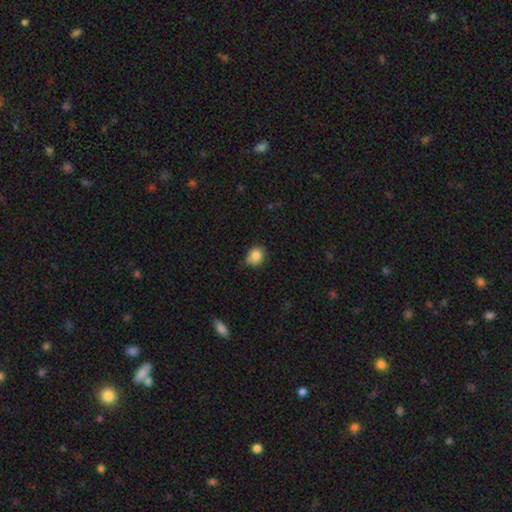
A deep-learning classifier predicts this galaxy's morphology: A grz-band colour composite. It shows a smooth galaxy with no disk features (83%) that is round (69%). Merging: none (61%).